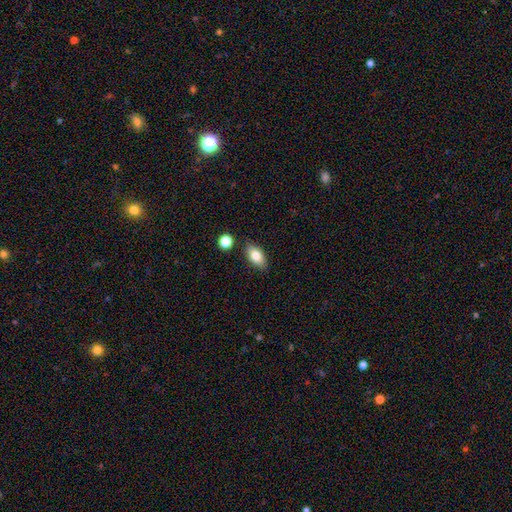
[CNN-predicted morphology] Smooth or featured? Predicted: smooth (p=0.79). How rounded? Predicted: in between (p=0.89). Merging? Predicted: none (p=0.83).